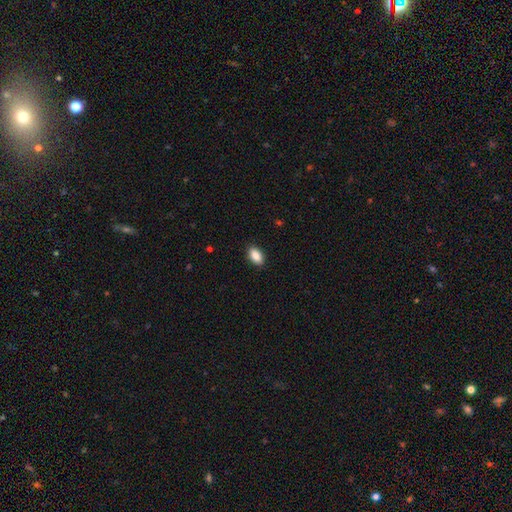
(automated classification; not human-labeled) Smooth or featured?
  - smooth: 88% *
  - star or artifact: 7%
  - featured or disk: 5%
How rounded?
  - in between: 91% *
  - round: 5%
  - cigar-shaped: 3%
Merging?
  - none: 89% *
  - minor disturbance: 8%
  - major disturbance: 2%
  - merger: 1%